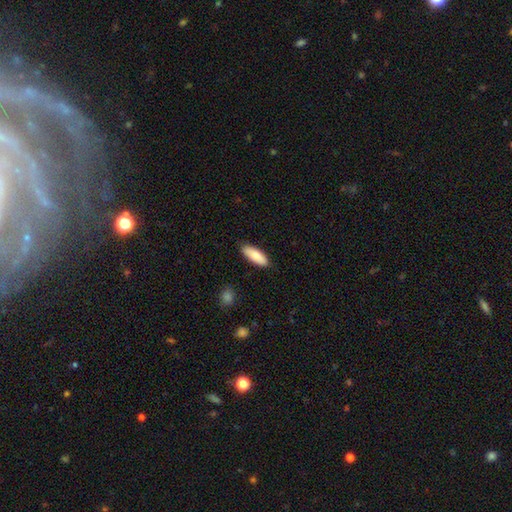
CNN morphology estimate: Smooth or featured? Predicted: smooth (p=0.82). How rounded? Predicted: in between (p=0.68). Merging? Predicted: none (p=0.88).